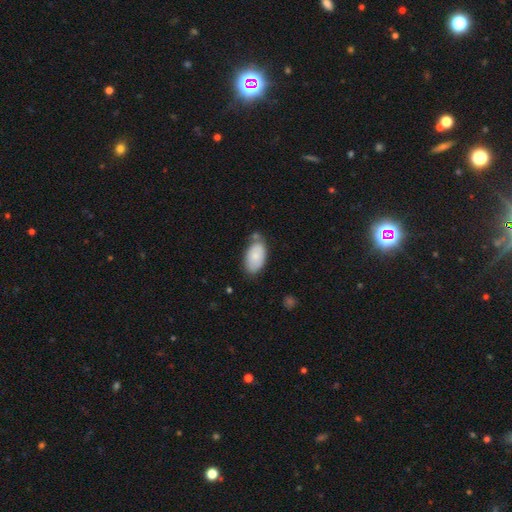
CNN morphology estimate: Q: Smooth or featured?
A: smooth (79%); runner-up: featured or disk (15%)
Q: How rounded?
A: in between (95%); runner-up: round (3%)
Q: Merging?
A: none (60%); runner-up: minor disturbance (24%)